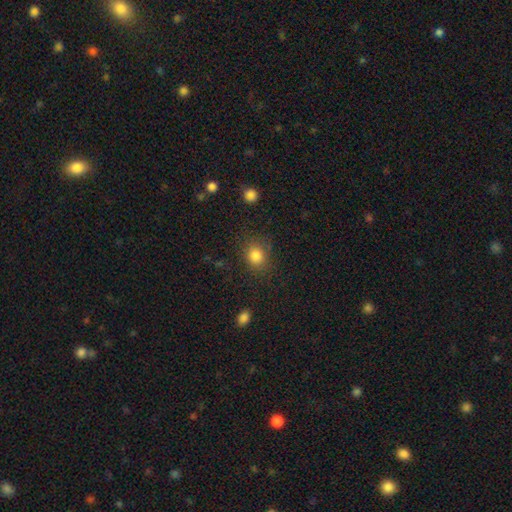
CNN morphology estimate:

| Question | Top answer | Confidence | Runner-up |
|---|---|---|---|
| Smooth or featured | smooth | 83% | star or artifact (11%) |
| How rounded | round | 73% | in between (26%) |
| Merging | none | 78% | minor disturbance (14%) |